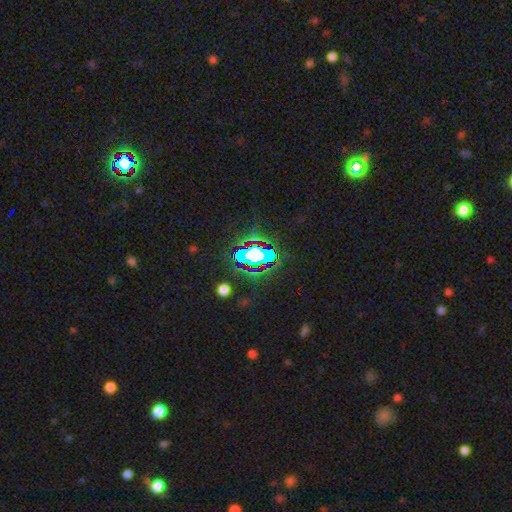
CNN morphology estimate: A star or artifact, not a galaxy (62%).

Vote fractions:
- Smooth or featured? star or artifact: 62% / smooth: 23% / featured or disk: 16%